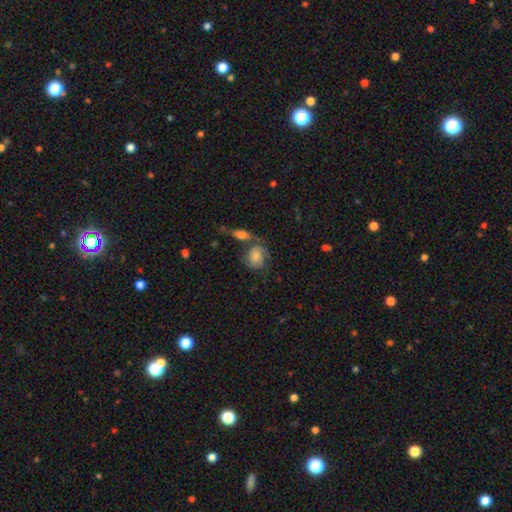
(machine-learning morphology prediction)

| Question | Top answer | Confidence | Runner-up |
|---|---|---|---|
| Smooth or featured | featured or disk | 49% | smooth (39%) |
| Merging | none | 52% | merger (21%) |